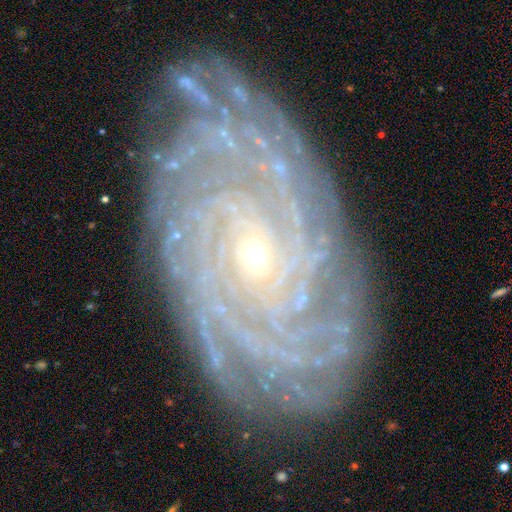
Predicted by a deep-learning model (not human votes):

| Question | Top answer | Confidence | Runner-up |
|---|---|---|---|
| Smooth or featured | featured or disk | 90% | star or artifact (6%) |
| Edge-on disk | no | 97% | yes (3%) |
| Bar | no | 74% | weak (18%) |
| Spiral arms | yes | 98% | no (2%) |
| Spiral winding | tight | 81% | medium (15%) |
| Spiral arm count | more than 4 | 33% | 4 (20%) |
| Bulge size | small | 78% | moderate (19%) |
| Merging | none | 75% | minor disturbance (16%) |